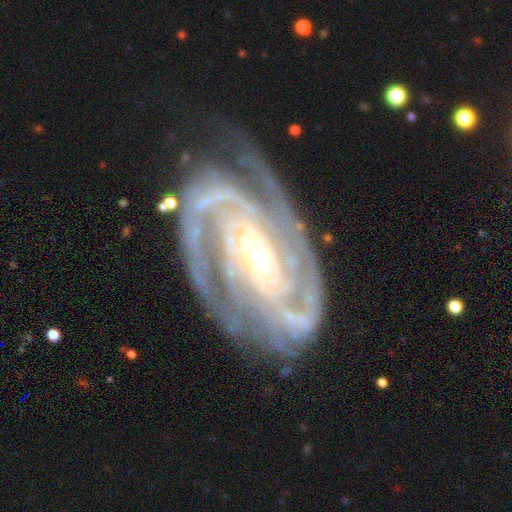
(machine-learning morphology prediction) Q: Smooth or featured?
A: featured or disk (93%); runner-up: star or artifact (5%)
Q: Edge-on disk?
A: no (96%); runner-up: yes (4%)
Q: Bar?
A: no (35%); runner-up: weak (34%)
Q: Spiral arms?
A: yes (99%); runner-up: no (1%)
Q: Spiral winding?
A: tight (70%); runner-up: medium (27%)
Q: Spiral arm count?
A: 2 (45%); runner-up: 3 (26%)
Q: Bulge size?
A: moderate (47%); runner-up: small (45%)
Q: Merging?
A: none (72%); runner-up: minor disturbance (19%)